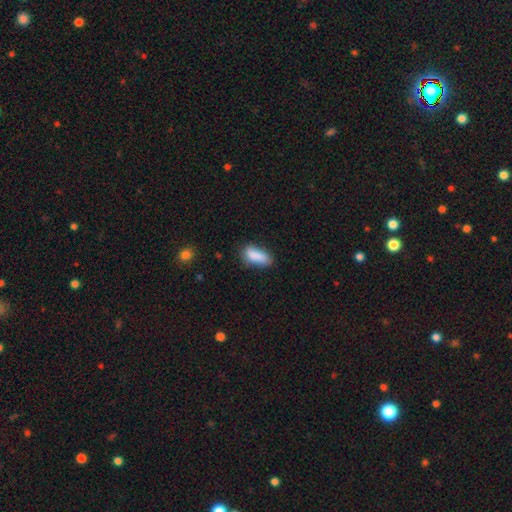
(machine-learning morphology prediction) Q: Smooth or featured?
A: smooth (86%); runner-up: star or artifact (8%)
Q: How rounded?
A: in between (74%); runner-up: cigar-shaped (23%)
Q: Merging?
A: none (63%); runner-up: minor disturbance (27%)